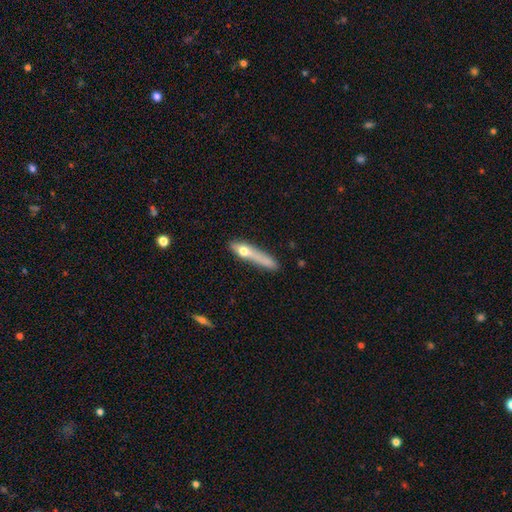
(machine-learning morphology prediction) This appears to be a smooth galaxy with no disk features (52%) that is cigar-shaped (89%). Merging: none (53%).